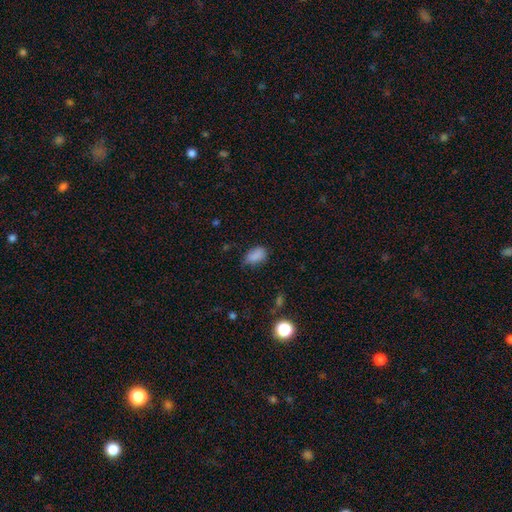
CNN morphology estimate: This is clearly a smooth galaxy (83%). How rounded: clearly in between (88%). Merging: possibly none (58%).